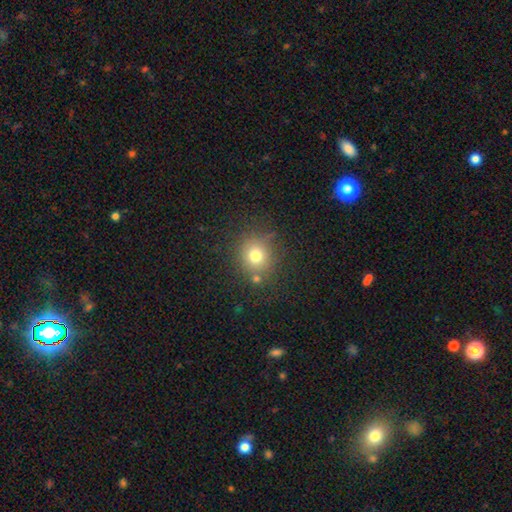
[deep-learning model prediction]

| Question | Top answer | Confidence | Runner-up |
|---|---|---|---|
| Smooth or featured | smooth | 73% | star or artifact (16%) |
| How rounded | round | 87% | in between (12%) |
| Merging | none | 79% | minor disturbance (11%) |